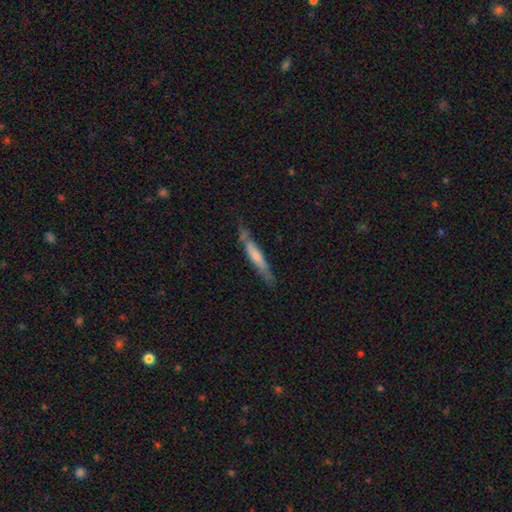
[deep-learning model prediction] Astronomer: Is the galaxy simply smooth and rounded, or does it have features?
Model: smooth — 55% (runner-up: featured or disk, 40%).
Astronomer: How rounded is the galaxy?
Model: cigar-shaped — 90%.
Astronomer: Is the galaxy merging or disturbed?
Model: none — 64%.